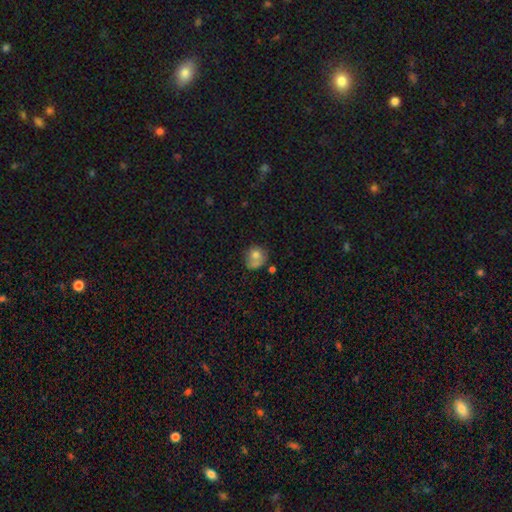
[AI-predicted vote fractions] smooth-or-featured: smooth: 75% | featured or disk: 15% | star or artifact: 10%
  how-rounded: round: 72% | in between: 27% | cigar-shaped: 1%
  merging: none: 46% | minor disturbance: 28% | major disturbance: 14% | merger: 13%